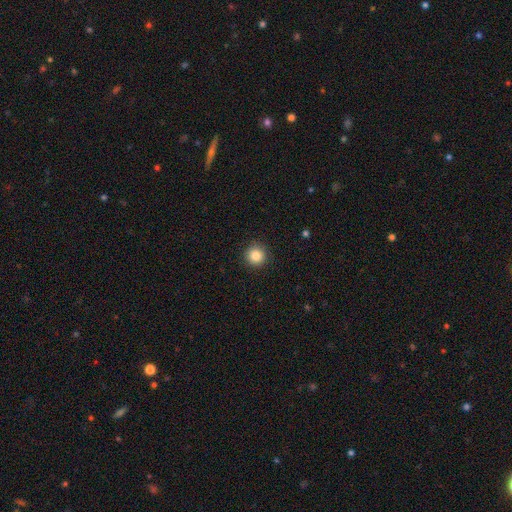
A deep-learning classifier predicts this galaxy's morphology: Smooth or featured? smooth (85%)
How rounded? round (95%)
Merging? none (91%)